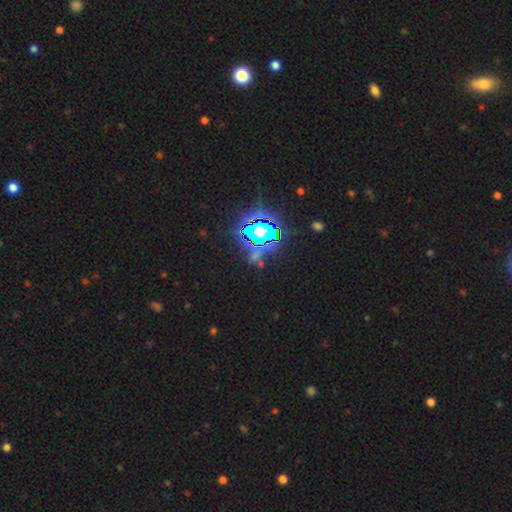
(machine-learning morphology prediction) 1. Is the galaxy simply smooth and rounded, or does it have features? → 72% star or artifact, 18% smooth, 10% featured or disk.